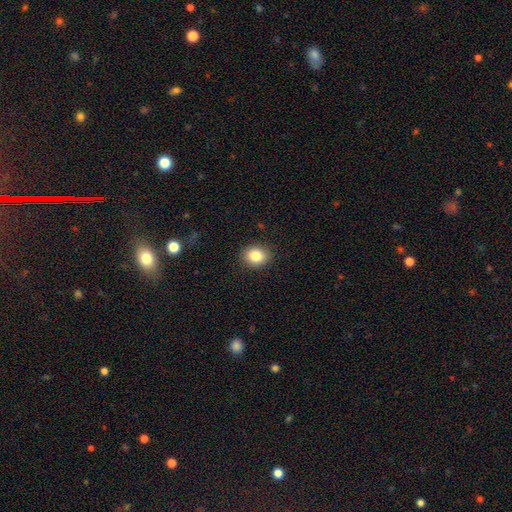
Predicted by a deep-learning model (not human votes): A smooth galaxy with no disk features (83%) that is round (62%).

Vote fractions:
- Smooth or featured? smooth: 83% / star or artifact: 10% / featured or disk: 7%
- How rounded? round: 62% / in between: 37% / cigar-shaped: 1%
- Merging? none: 90% / minor disturbance: 7% / major disturbance: 2% / merger: 1%